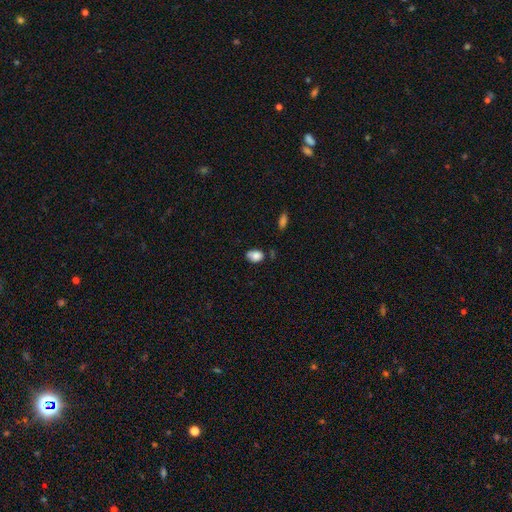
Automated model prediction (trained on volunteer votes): smooth-or-featured: smooth: 83% | featured or disk: 8% | star or artifact: 8%
  how-rounded: in between: 83% | round: 16% | cigar-shaped: 1%
  merging: none: 60% | minor disturbance: 29% | major disturbance: 6% | merger: 5%